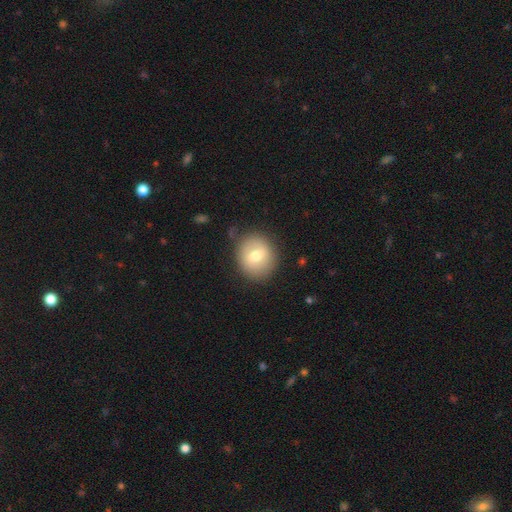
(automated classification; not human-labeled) Overall: smooth (64%; featured or disk 28%). How rounded: round (79%). Merging: none (81%).